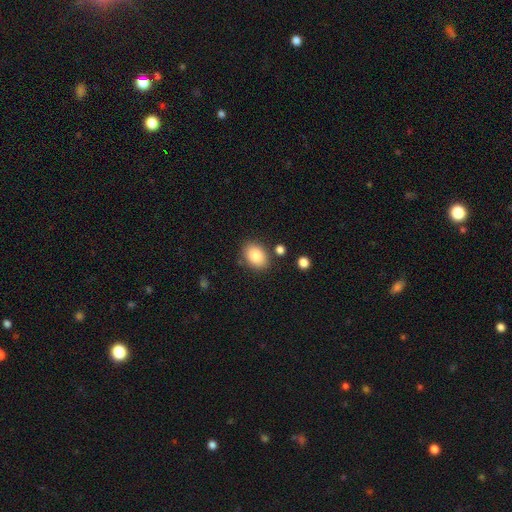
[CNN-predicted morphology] This appears to be a smooth galaxy with no disk features (84%) that is in between round and cigar-shaped (74%). Merging: none (82%).